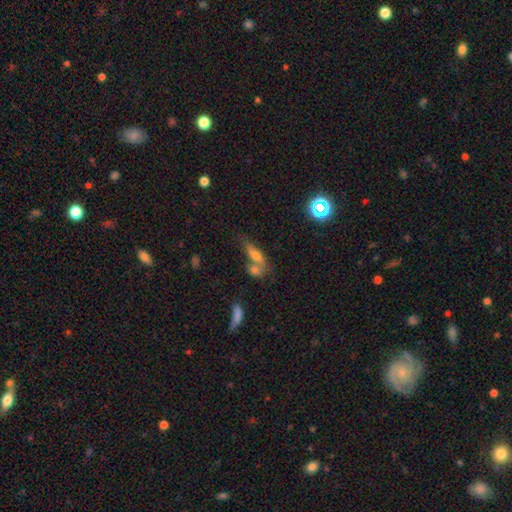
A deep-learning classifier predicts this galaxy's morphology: Smooth or featured? Predicted: smooth (p=0.55). How rounded? Predicted: in between (p=0.54). Merging? Predicted: merger (p=0.50).